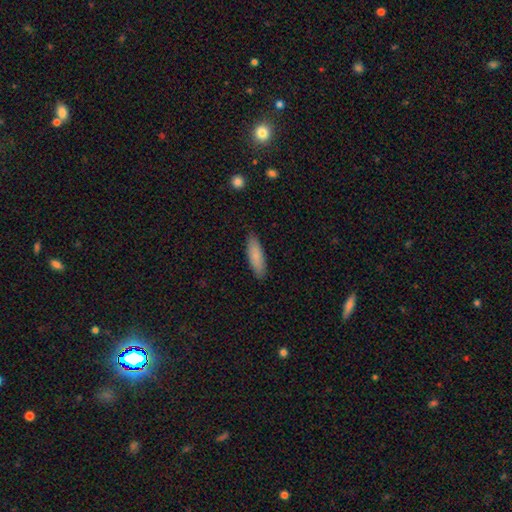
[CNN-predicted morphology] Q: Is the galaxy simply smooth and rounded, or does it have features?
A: smooth — 85%.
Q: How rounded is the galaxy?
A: cigar-shaped — 57%.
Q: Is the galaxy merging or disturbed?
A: none — 88%.